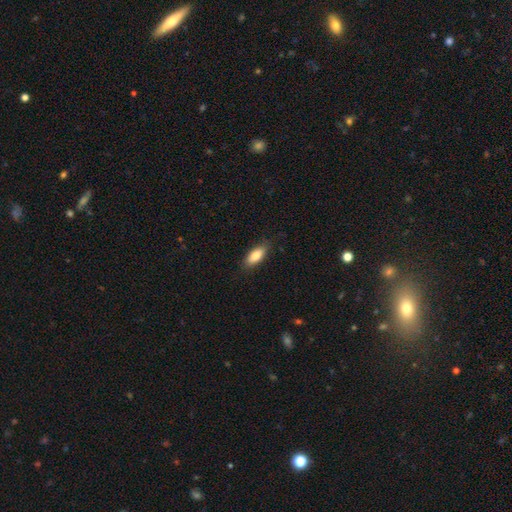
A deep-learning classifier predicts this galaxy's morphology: smooth 82%, featured or disk 12%, star or artifact 6%. Down the decision tree: how rounded — in between (78%); merging — none (83%).